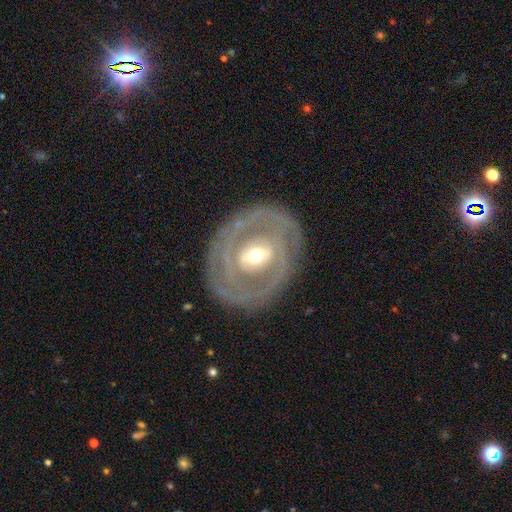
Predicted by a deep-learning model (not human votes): smooth-or-featured: featured or disk: 80% | smooth: 15% | star or artifact: 5%
  disk-edge-on: no: 95% | yes: 5%
    bar: weak: 39% | no: 31% | strong: 30%
    has-spiral-arms: yes: 64% | no: 36%
    bulge-size: moderate: 60% | small: 31% | large: 7% | dominant: 1% | none: 1%
  merging: none: 80% | minor disturbance: 13% | major disturbance: 6% | merger: 1%